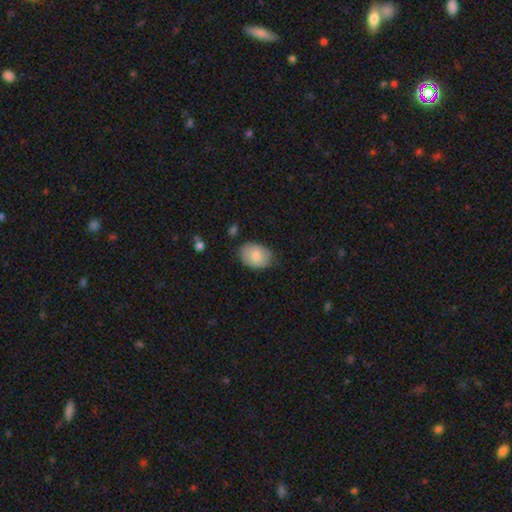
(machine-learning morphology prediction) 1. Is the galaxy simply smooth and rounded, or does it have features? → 81% smooth, 12% featured or disk, 7% star or artifact.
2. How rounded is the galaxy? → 76% in between, 23% round, 1% cigar-shaped.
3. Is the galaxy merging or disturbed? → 72% none, 22% minor disturbance, 4% major disturbance, 2% merger.